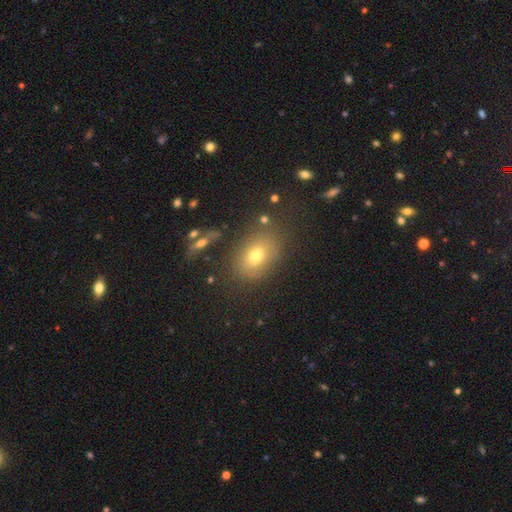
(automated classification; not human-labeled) smooth-or-featured: smooth: 70% | featured or disk: 16% | star or artifact: 14%
  how-rounded: in between: 74% | round: 24% | cigar-shaped: 2%
  merging: none: 76% | minor disturbance: 14% | major disturbance: 6% | merger: 4%